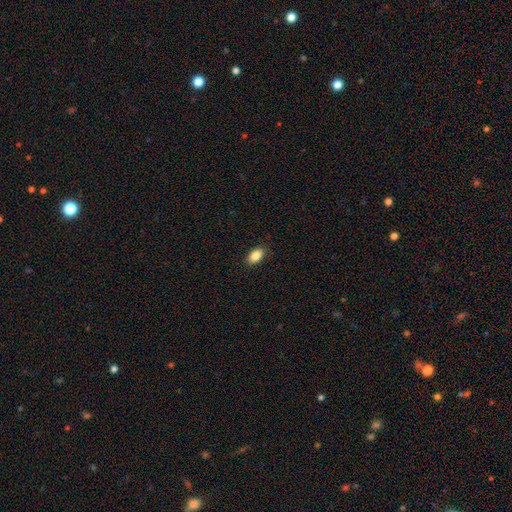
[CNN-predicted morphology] Q: Smooth or featured?
A: smooth (87%); runner-up: star or artifact (8%)
Q: How rounded?
A: in between (91%); runner-up: round (7%)
Q: Merging?
A: none (87%); runner-up: minor disturbance (9%)